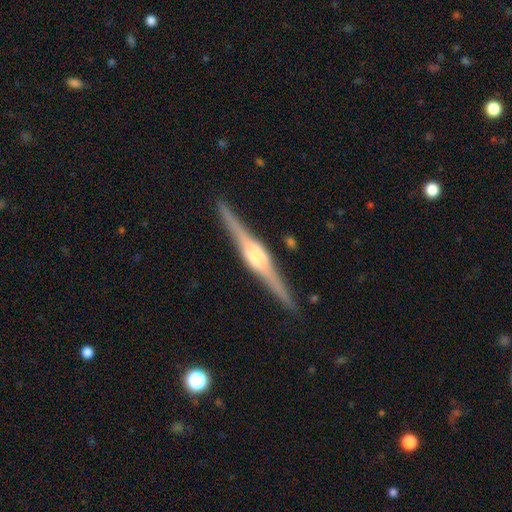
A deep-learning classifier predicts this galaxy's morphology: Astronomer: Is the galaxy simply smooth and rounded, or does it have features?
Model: featured or disk — 85%.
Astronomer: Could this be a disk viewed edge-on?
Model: yes — 98%.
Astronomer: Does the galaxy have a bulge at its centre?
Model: rounded — 75%.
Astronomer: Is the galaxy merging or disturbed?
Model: none — 89%.